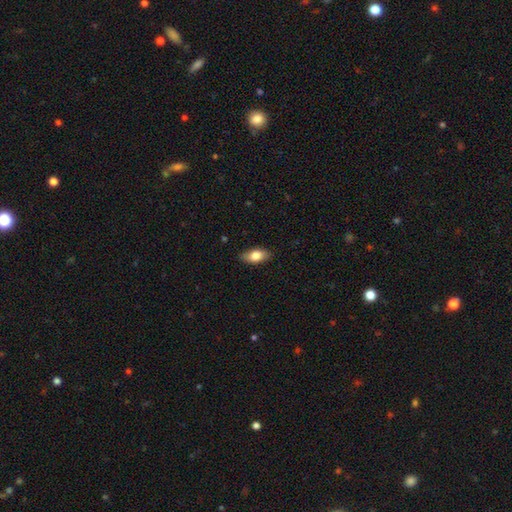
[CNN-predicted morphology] A smooth galaxy with no disk features (78%) that is in between round and cigar-shaped (88%). Merging: none (85%).